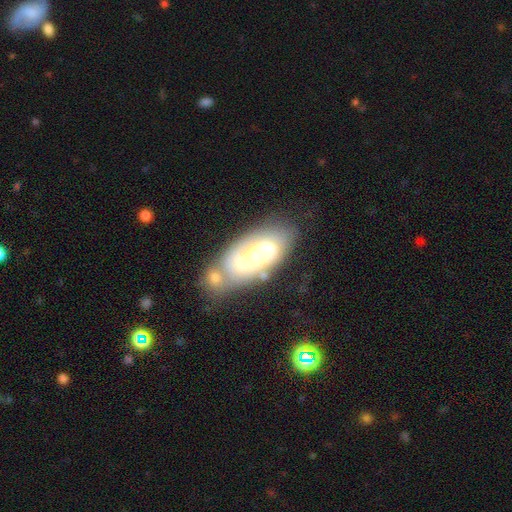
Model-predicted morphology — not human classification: A featured or disk galaxy (67%) with no bar (54%), 2 (66%) medium (42%) spiral arms (82%) and a moderate central bulge (61%).

Vote fractions:
- Smooth or featured? featured or disk: 67% / smooth: 26% / star or artifact: 6%
- Edge-on disk? no: 93% / yes: 7%
- Bar? no: 54% / weak: 34% / strong: 12%
- Spiral arms? yes: 82% / no: 18%
- Spiral winding? medium: 42% / tight: 39% / loose: 20%
- Spiral arm count? 2: 66% / can't tell: 22% / 1: 6% / 3: 4% / 4: 1% / more than 4: 1%
- Bulge size? moderate: 61% / small: 19% / large: 16% / dominant: 2% / none: 2%
- Merging? none: 43% / merger: 29% / minor disturbance: 18% / major disturbance: 9%